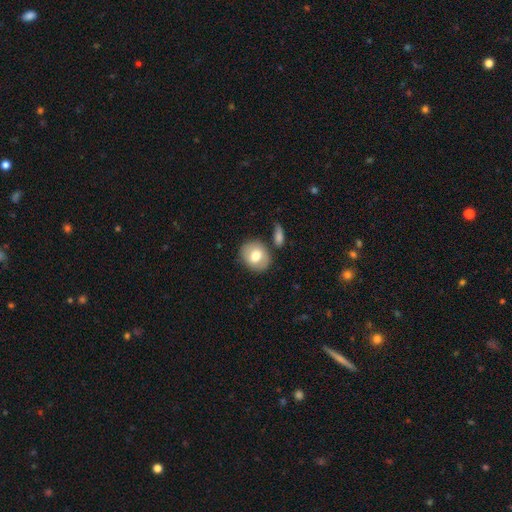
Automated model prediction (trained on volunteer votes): The model was most divided on "how rounded": round: 57%, in between: 42%, cigar-shaped: 1%. More confident: merging — none (73%); smooth or featured — smooth (69%).